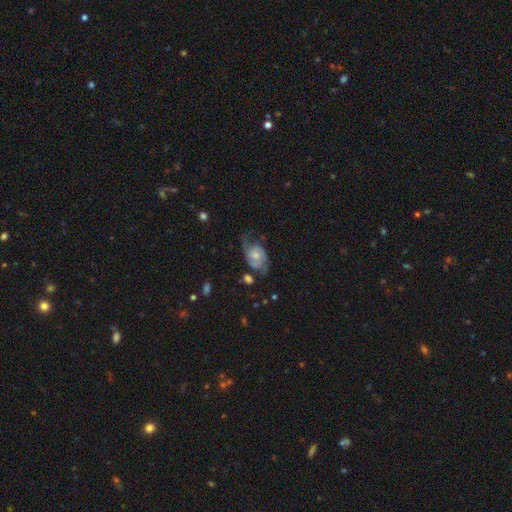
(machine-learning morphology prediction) Smooth or featured?
  - featured or disk: 75% *
  - smooth: 18%
  - star or artifact: 7%
Edge-on disk?
  - no: 97% *
  - yes: 3%
Bar?
  - no: 64% *
  - weak: 30%
  - strong: 5%
Spiral arms?
  - yes: 92% *
  - no: 8%
Spiral winding?
  - medium: 43% *
  - loose: 34%
  - tight: 23%
Spiral arm count?
  - 2: 78% *
  - can't tell: 9%
  - 1: 6%
  - 3: 4%
  - 4: 1%
  - more than 4: 1%
Bulge size?
  - moderate: 47% *
  - small: 42%
  - large: 5%
  - none: 5%
  - dominant: 1%
Merging?
  - none: 48% *
  - minor disturbance: 25%
  - major disturbance: 22%
  - merger: 5%